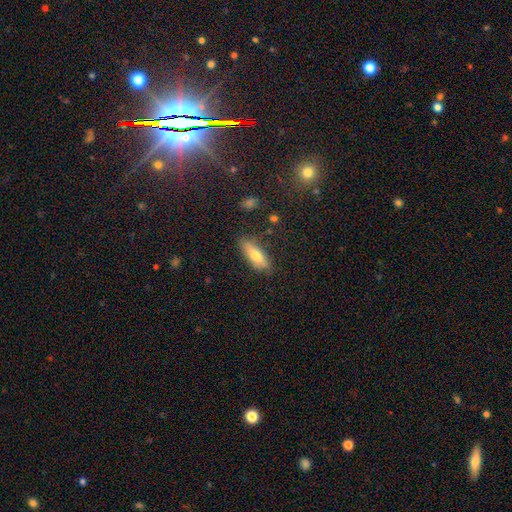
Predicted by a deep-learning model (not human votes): Overall: smooth (68%). How rounded: in between (55%; cigar-shaped 43%). Merging: none (78%).